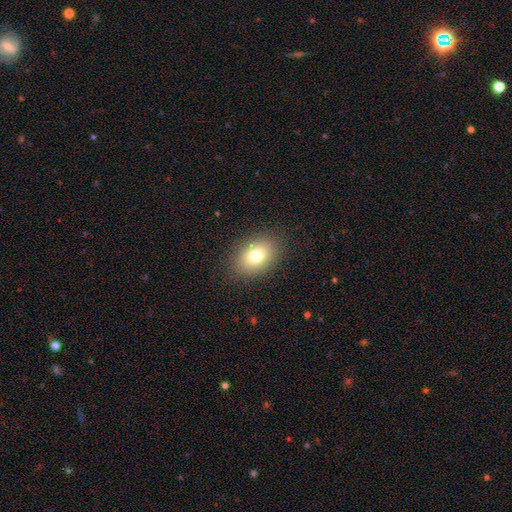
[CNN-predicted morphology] Smooth or featured? Predicted: smooth (p=0.77). How rounded? Predicted: in between (p=0.78). Merging? Predicted: none (p=0.86).